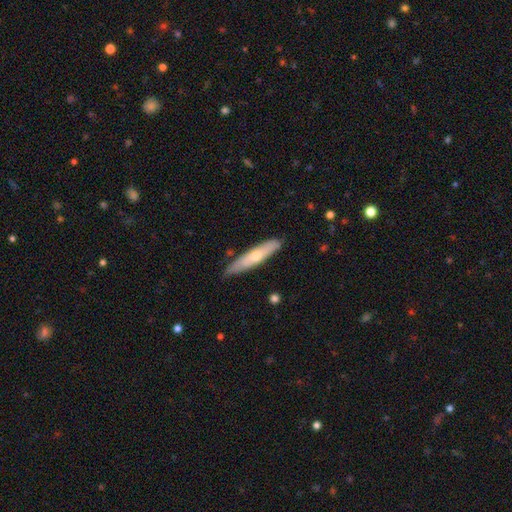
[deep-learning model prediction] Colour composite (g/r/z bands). It shows a smooth galaxy with no disk features (53%) that is cigar-shaped (83%). Merging: none (79%).